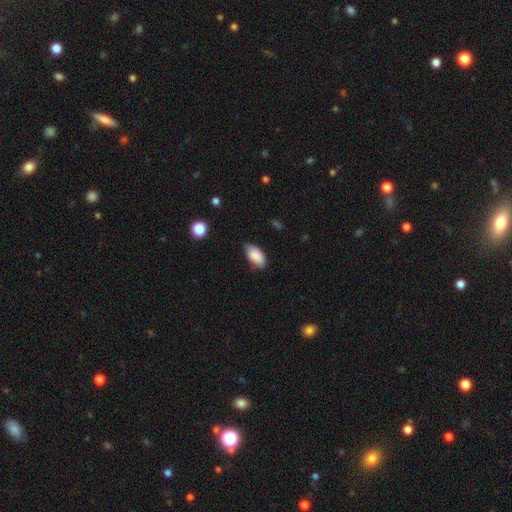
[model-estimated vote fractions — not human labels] smooth-or-featured: smooth: 87% | star or artifact: 7% | featured or disk: 6%
  how-rounded: in between: 93% | round: 3% | cigar-shaped: 3%
  merging: none: 66% | minor disturbance: 29% | major disturbance: 4% | merger: 1%